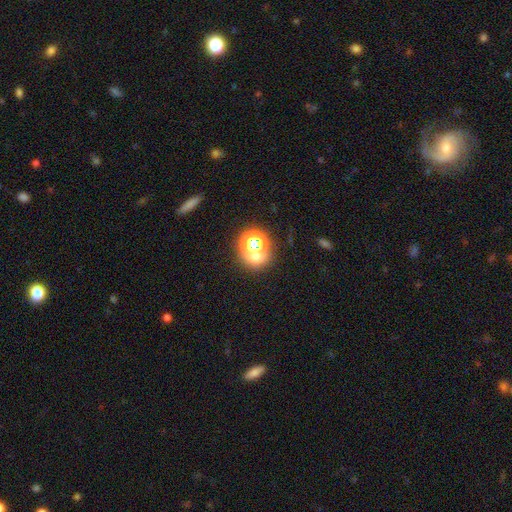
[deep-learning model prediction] A smooth galaxy with no disk features (50%).

Vote fractions:
- Smooth or featured? smooth: 50% / star or artifact: 32% / featured or disk: 18%
- Merging? none: 53% / merger: 30% / minor disturbance: 10% / major disturbance: 6%